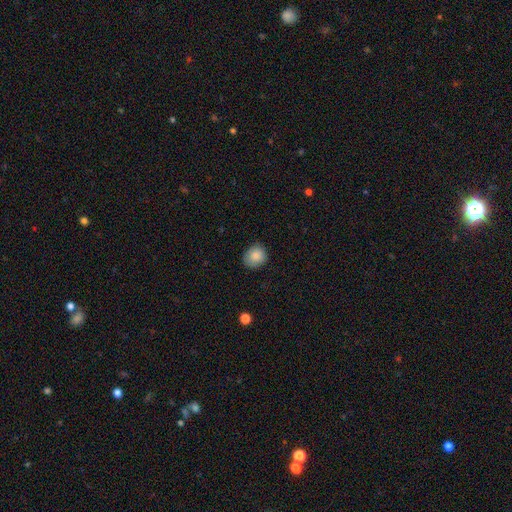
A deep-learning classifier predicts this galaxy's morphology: Smooth or featured? Predicted: smooth (p=0.86). How rounded? Predicted: round (p=0.75). Merging? Predicted: none (p=0.84).